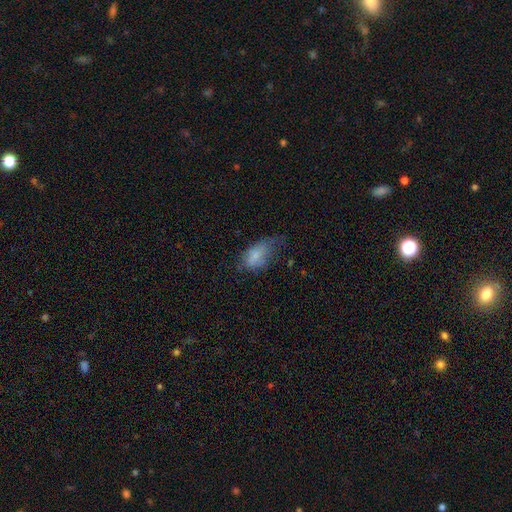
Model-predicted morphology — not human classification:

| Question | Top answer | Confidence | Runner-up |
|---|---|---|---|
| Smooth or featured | smooth | 73% | featured or disk (18%) |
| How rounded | in between | 91% | round (5%) |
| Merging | minor disturbance | 35% | major disturbance (34%) |